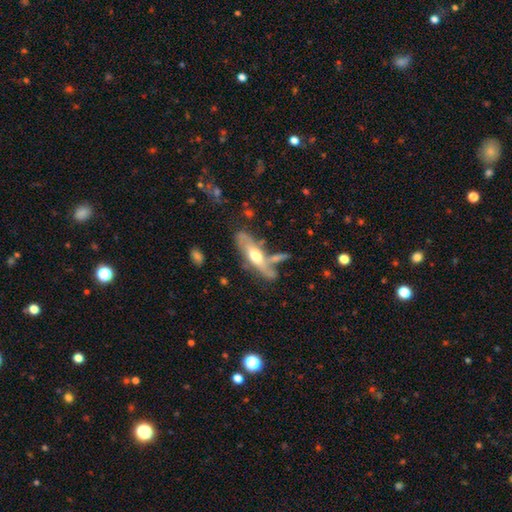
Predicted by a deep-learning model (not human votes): Smooth or featured?
  - featured or disk: 55% *
  - smooth: 39%
  - star or artifact: 6%
Edge-on disk?
  - yes: 56% *
  - no: 44%
Merging?
  - none: 52% *
  - minor disturbance: 21%
  - merger: 17%
  - major disturbance: 10%